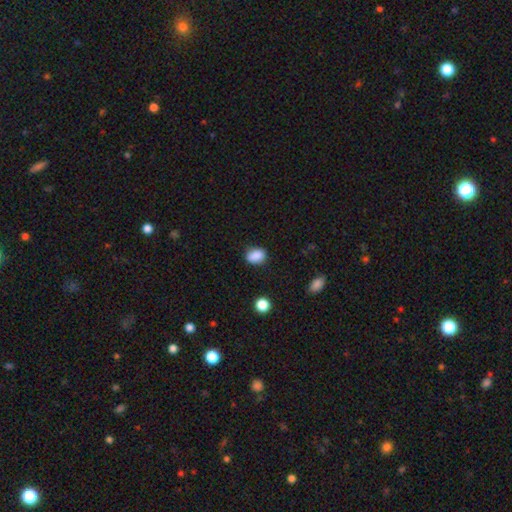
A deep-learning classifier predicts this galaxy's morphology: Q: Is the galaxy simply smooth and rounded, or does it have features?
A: smooth — 87%.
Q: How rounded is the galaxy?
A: in between — 65%.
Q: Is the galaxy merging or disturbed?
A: none — 82%.